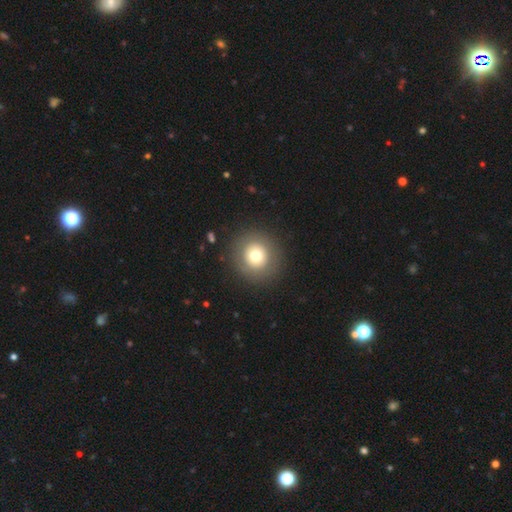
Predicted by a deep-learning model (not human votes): Overall: smooth (70%). How rounded: round (95%). Merging: none (89%).